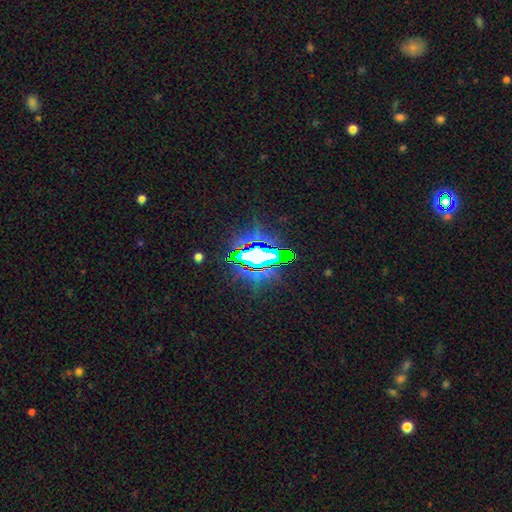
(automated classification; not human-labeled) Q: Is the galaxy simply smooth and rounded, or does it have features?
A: star or artifact — 71%.